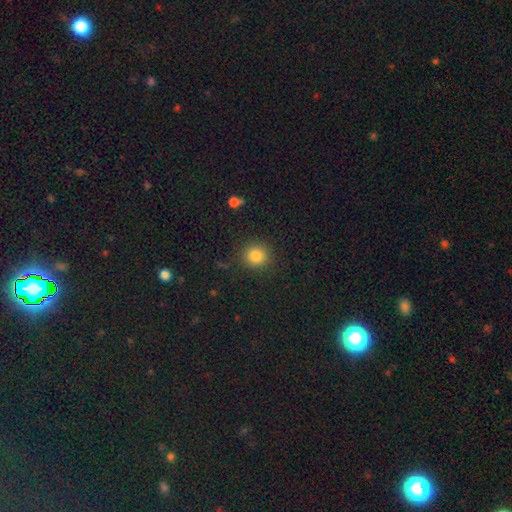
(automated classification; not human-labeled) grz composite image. It shows a smooth galaxy with no disk features (83%) that is round (91%). Merging: none (89%).